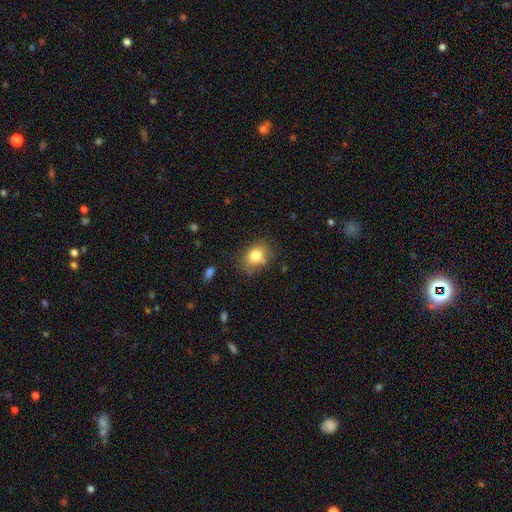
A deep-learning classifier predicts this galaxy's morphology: Smooth or featured? Predicted: smooth (p=0.80). How rounded? Predicted: in between (p=0.61). Merging? Predicted: none (p=0.72).